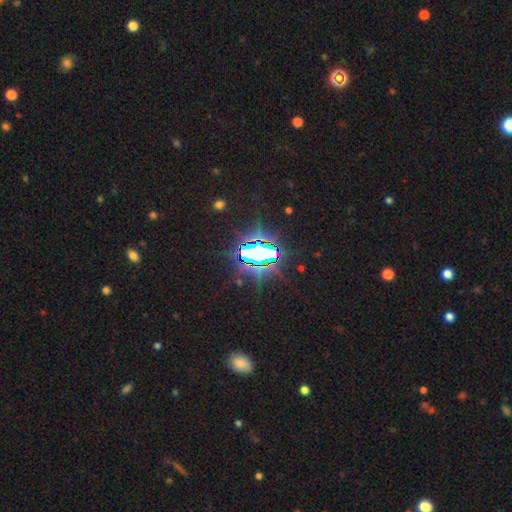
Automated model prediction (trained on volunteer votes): Q: Smooth or featured?
A: star or artifact (85%); runner-up: smooth (9%)